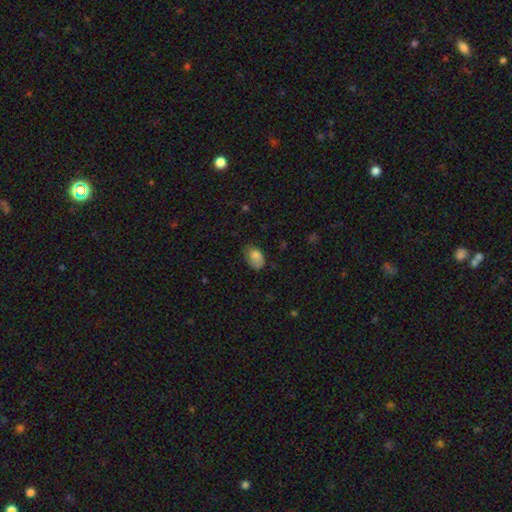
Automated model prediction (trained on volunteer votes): smooth_or_featured: smooth (p=0.78) [alt: featured or disk p=0.14]
how_rounded: in between (p=0.86) [alt: round p=0.13]
merging: none (p=0.54) [alt: minor disturbance p=0.33]